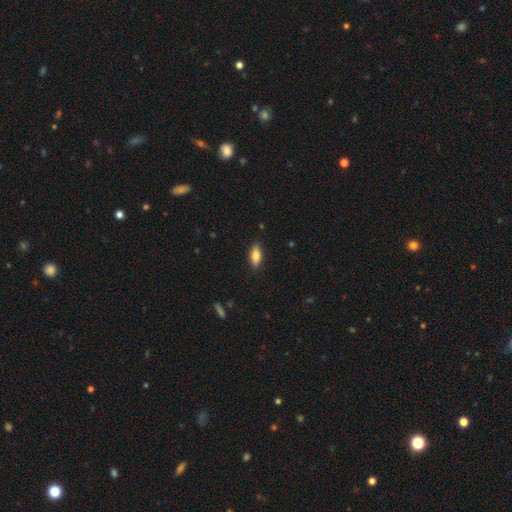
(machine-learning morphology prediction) smooth-or-featured: smooth: 80% | featured or disk: 14% | star or artifact: 7%
  how-rounded: in between: 78% | cigar-shaped: 19% | round: 3%
  merging: none: 87% | minor disturbance: 10% | major disturbance: 2% | merger: 1%